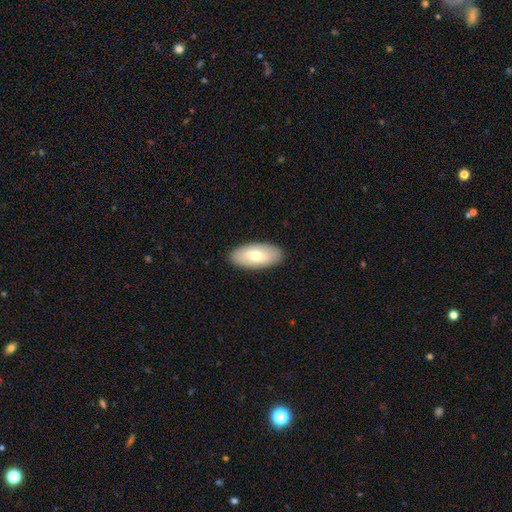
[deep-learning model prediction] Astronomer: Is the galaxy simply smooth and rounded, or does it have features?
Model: smooth — 62%.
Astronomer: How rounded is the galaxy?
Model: in between — 91%.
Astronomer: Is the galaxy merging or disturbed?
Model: none — 89%.